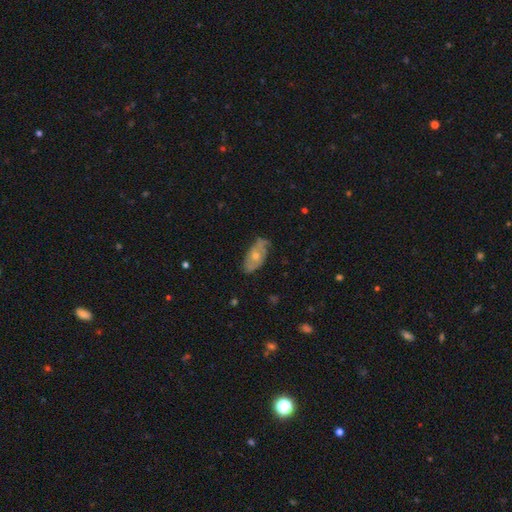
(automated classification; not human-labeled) The model was most divided on "smooth or featured": featured or disk: 51%, smooth: 43%, star or artifact: 6%. More confident: edge-on disk — no (87%); merging — none (60%).